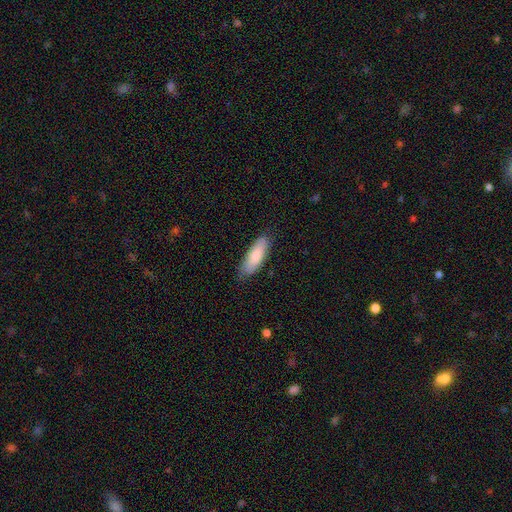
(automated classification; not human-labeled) A smooth galaxy with no disk features (79%) that is in between round and cigar-shaped (59%). Merging: none (80%).